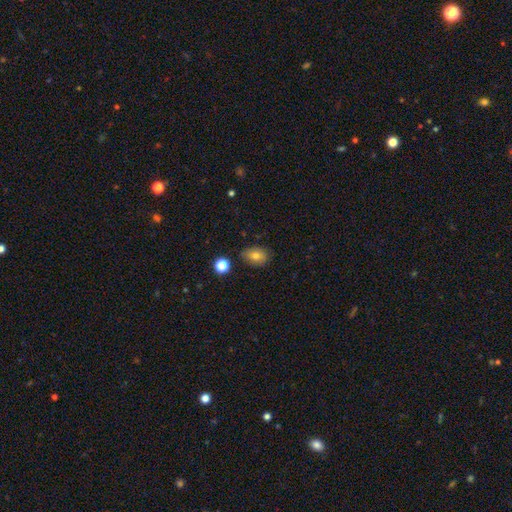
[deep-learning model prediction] smooth_or_featured: smooth (p=0.79) [alt: featured or disk p=0.11]
how_rounded: in between (p=0.73) [alt: round p=0.25]
merging: none (p=0.78) [alt: minor disturbance p=0.16]